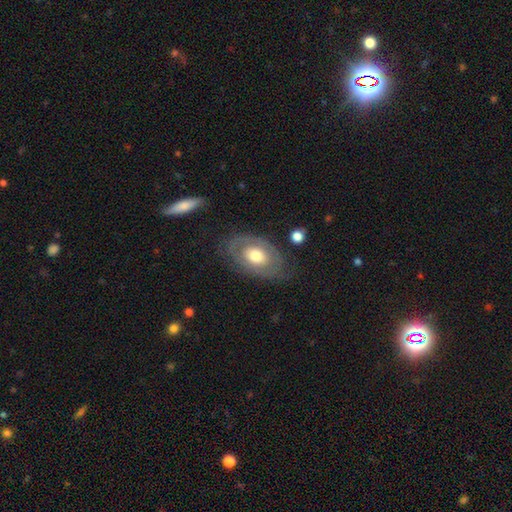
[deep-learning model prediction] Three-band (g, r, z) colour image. It shows a featured or disk galaxy (54%). Merging: none (70%).